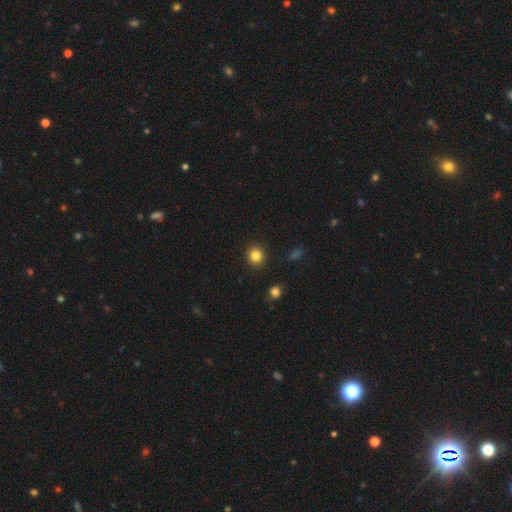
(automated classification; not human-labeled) Q: Smooth or featured?
A: smooth (84%); runner-up: star or artifact (11%)
Q: How rounded?
A: round (91%); runner-up: in between (8%)
Q: Merging?
A: none (92%); runner-up: minor disturbance (5%)